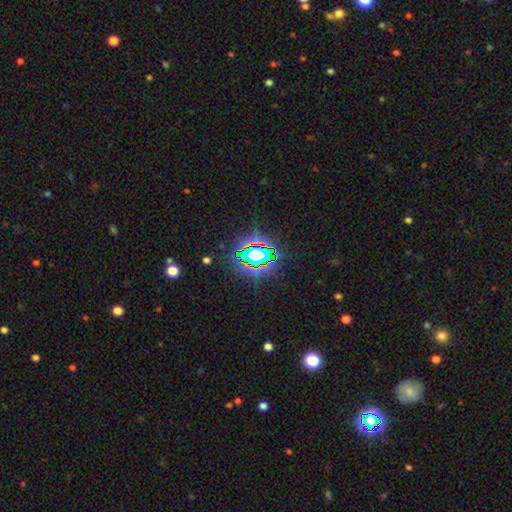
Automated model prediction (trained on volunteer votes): smooth_or_featured: star or artifact (p=0.70) [alt: smooth p=0.18]